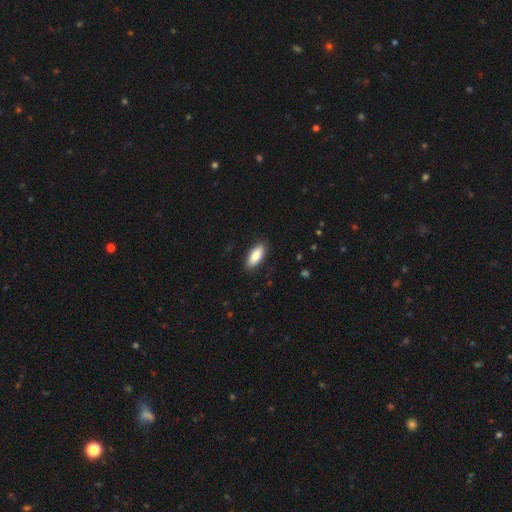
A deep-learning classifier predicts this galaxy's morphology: This appears to be a smooth galaxy with no disk features (84%) that is in between round and cigar-shaped (79%). Merging: none (89%).